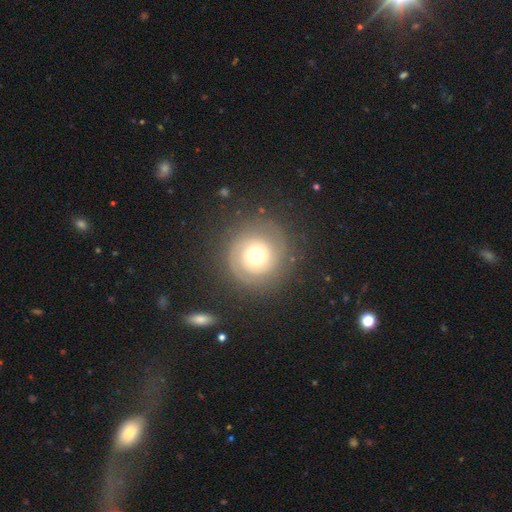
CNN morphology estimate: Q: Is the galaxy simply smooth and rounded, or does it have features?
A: featured or disk — 63%.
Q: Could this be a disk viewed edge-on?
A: no — 97%.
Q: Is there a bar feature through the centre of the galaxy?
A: no — 82%.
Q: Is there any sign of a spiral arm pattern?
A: yes — 82%.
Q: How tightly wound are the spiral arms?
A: tight — 71%.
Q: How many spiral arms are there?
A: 2 — 59%.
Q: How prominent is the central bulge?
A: moderate — 62%.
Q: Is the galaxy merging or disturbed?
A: none — 82%.